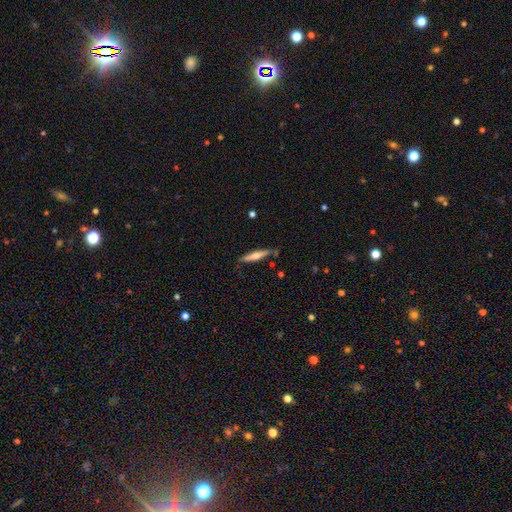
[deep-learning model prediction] This is possibly a smooth galaxy (49%). Merging: likely none (76%).